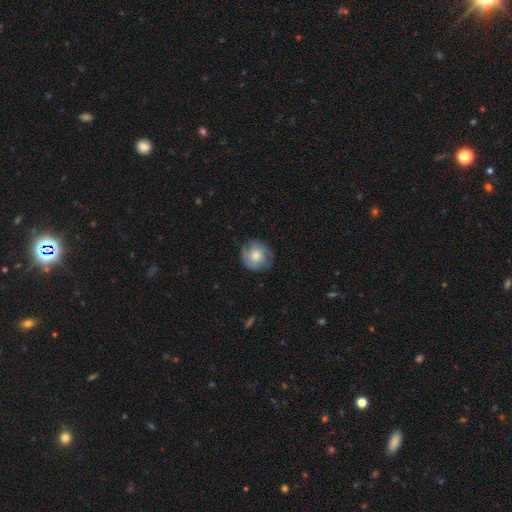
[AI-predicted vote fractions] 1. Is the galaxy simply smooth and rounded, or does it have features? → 60% smooth, 34% featured or disk, 7% star or artifact.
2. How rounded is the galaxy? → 89% round, 10% in between, 1% cigar-shaped.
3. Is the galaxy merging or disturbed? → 76% none, 18% minor disturbance, 5% major disturbance, 1% merger.